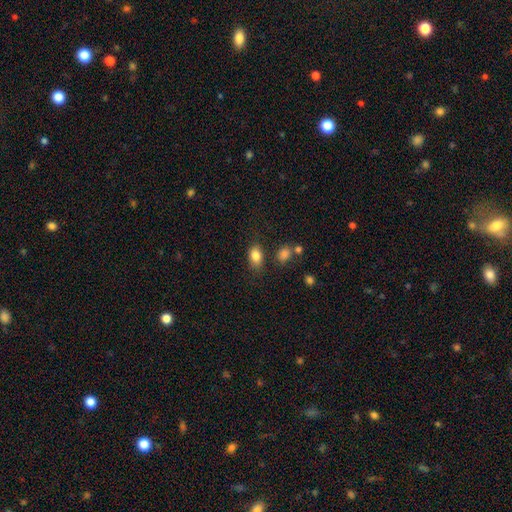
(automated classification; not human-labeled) A smooth galaxy with no disk features (84%) that is in between round and cigar-shaped (80%).

Vote fractions:
- Smooth or featured? smooth: 84% / star or artifact: 9% / featured or disk: 7%
- How rounded? in between: 80% / round: 18% / cigar-shaped: 2%
- Merging? none: 76% / minor disturbance: 15% / merger: 5% / major disturbance: 4%